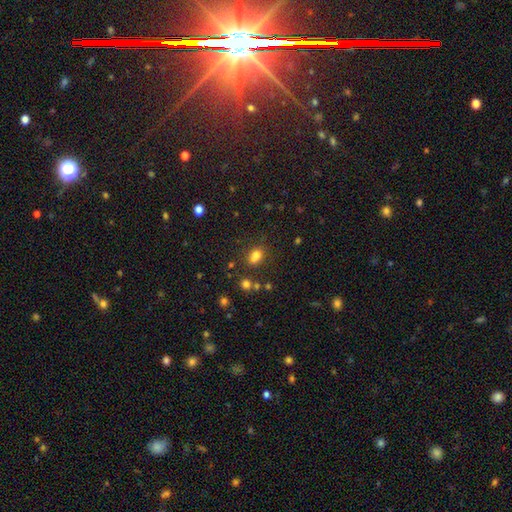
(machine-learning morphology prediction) Q: Smooth or featured?
A: smooth (77%); runner-up: star or artifact (15%)
Q: How rounded?
A: in between (72%); runner-up: round (26%)
Q: Merging?
A: none (70%); runner-up: minor disturbance (15%)